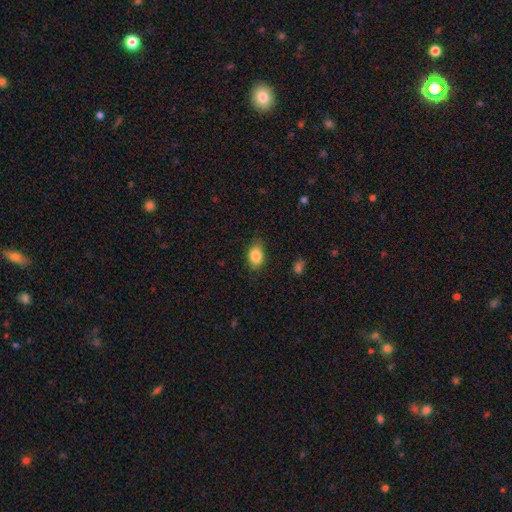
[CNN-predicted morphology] smooth-or-featured: smooth: 85% | star or artifact: 8% | featured or disk: 7%
  how-rounded: in between: 82% | round: 16% | cigar-shaped: 2%
  merging: none: 75% | minor disturbance: 19% | major disturbance: 4% | merger: 1%